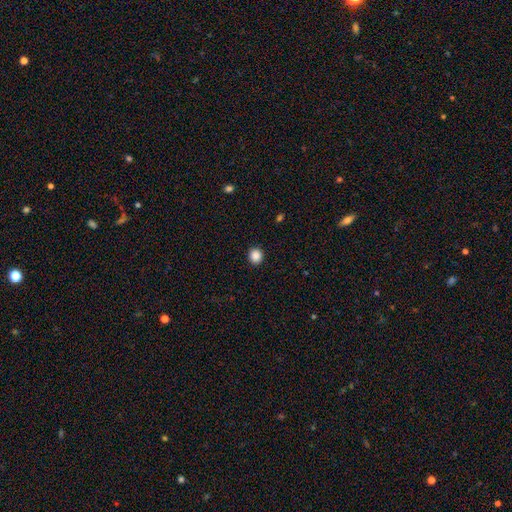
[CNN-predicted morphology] Q: Smooth or featured?
A: smooth (88%); runner-up: star or artifact (10%)
Q: How rounded?
A: round (90%); runner-up: in between (9%)
Q: Merging?
A: none (92%); runner-up: minor disturbance (5%)